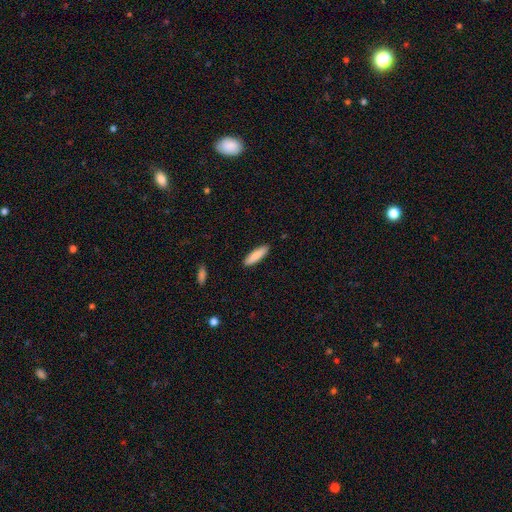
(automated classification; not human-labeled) Overall: smooth (86%). How rounded: cigar-shaped (68%; in between 30%). Merging: none (90%).